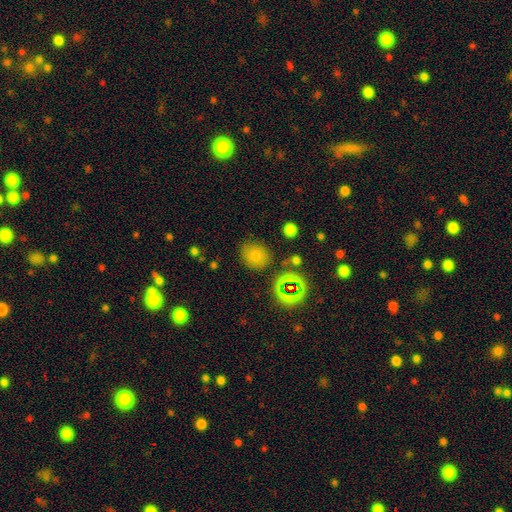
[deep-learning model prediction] The model was most divided on "smooth or featured": smooth: 72%, star or artifact: 19%, featured or disk: 9%. More confident: merging — none (80%); how rounded — round (78%).